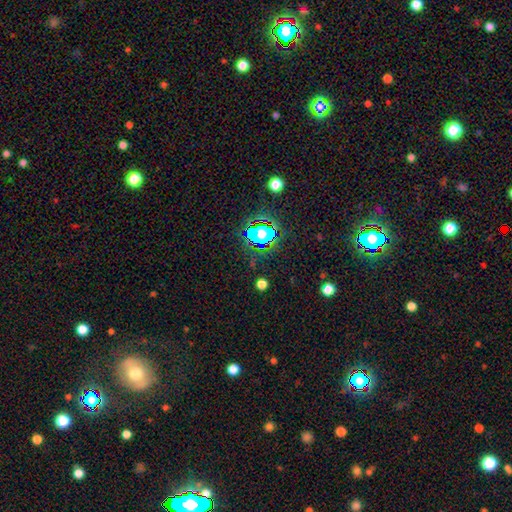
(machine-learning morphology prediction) Smooth or featured? star or artifact (77%)